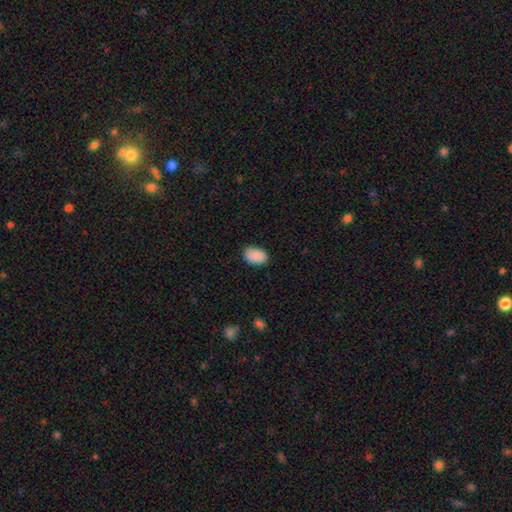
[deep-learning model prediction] Smooth or featured? Predicted: smooth (p=0.89). How rounded? Predicted: in between (p=0.86). Merging? Predicted: none (p=0.82).